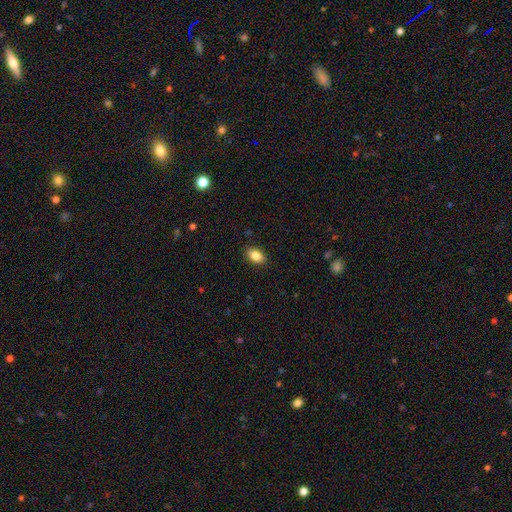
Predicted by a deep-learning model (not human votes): smooth-or-featured: smooth: 85% | star or artifact: 8% | featured or disk: 7%
  how-rounded: in between: 89% | round: 8% | cigar-shaped: 2%
  merging: none: 89% | minor disturbance: 9% | major disturbance: 2% | merger: 1%